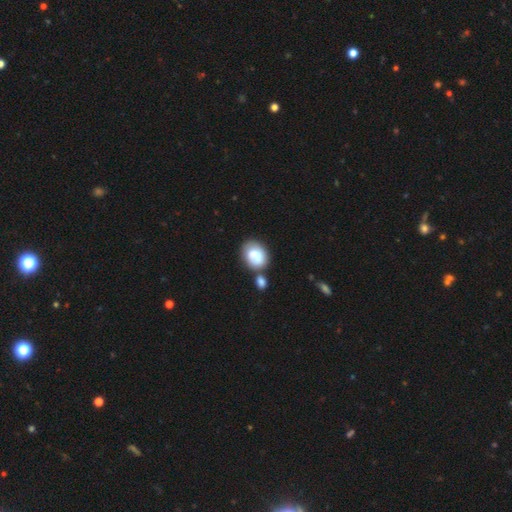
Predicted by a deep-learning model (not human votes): The model was most divided on "merging": none: 48%, merger: 31%, minor disturbance: 16%, major disturbance: 6%. More confident: smooth or featured — smooth (73%); how rounded — in between (66%).